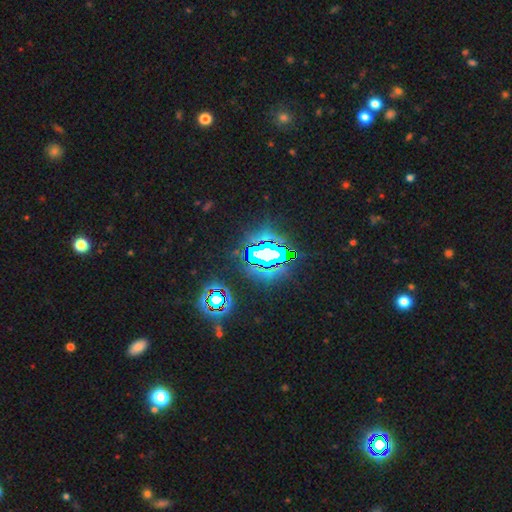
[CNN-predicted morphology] Q: Smooth or featured?
A: star or artifact (82%); runner-up: smooth (11%)